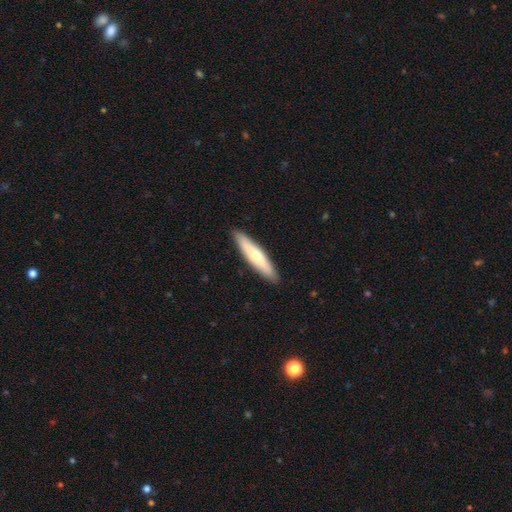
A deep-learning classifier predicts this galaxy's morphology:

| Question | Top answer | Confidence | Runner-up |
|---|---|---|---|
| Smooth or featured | smooth | 63% | featured or disk (32%) |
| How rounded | cigar-shaped | 85% | in between (14%) |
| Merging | none | 90% | minor disturbance (7%) |